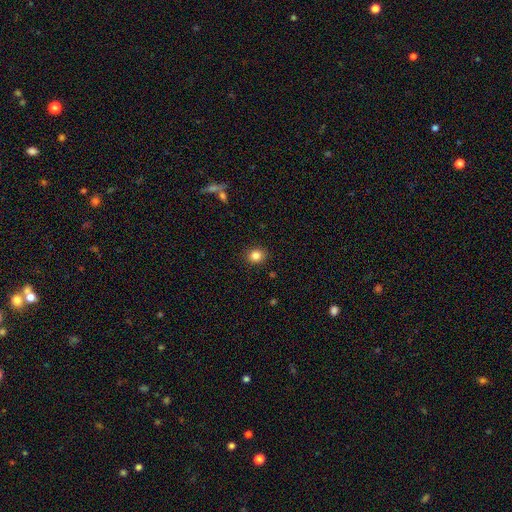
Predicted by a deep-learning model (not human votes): A smooth galaxy with no disk features (84%) that is round (75%).

Vote fractions:
- Smooth or featured? smooth: 84% / star or artifact: 11% / featured or disk: 5%
- How rounded? round: 75% / in between: 24% / cigar-shaped: 1%
- Merging? none: 89% / minor disturbance: 7% / major disturbance: 2% / merger: 1%